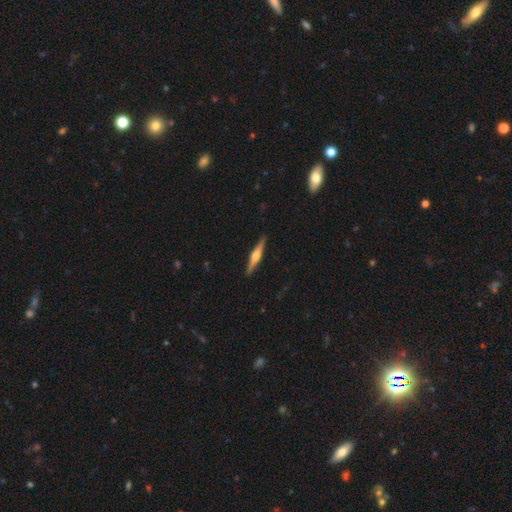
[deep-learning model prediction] The model was most divided on "smooth or featured": featured or disk: 70%, smooth: 24%, star or artifact: 5%. More confident: edge-on disk — yes (98%); merging — none (91%); edge-on bulge — rounded (87%).